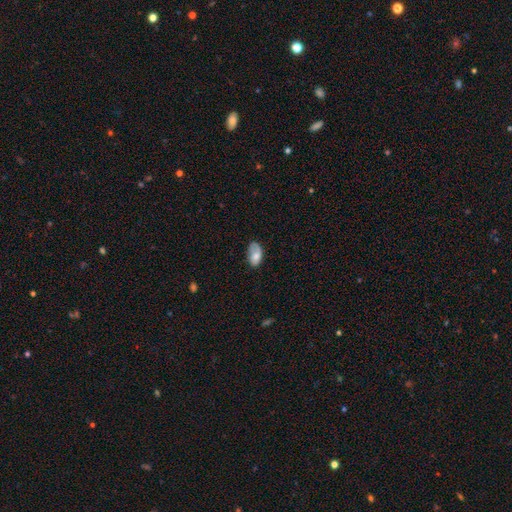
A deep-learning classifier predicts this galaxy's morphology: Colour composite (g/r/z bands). It shows a smooth galaxy with no disk features (71%) that is in between round and cigar-shaped (93%). Merging: none (45%).